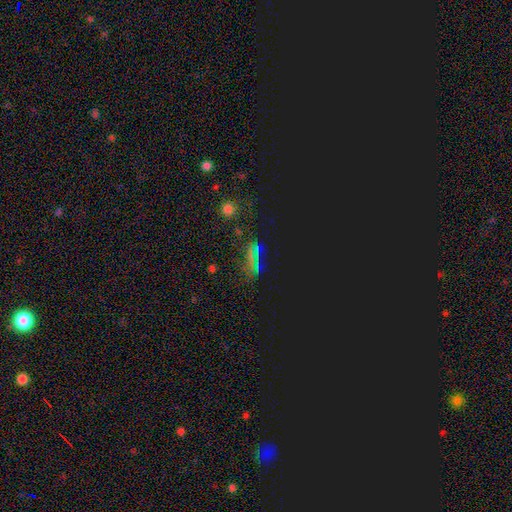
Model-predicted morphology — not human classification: A star or artifact, not a galaxy (65%).